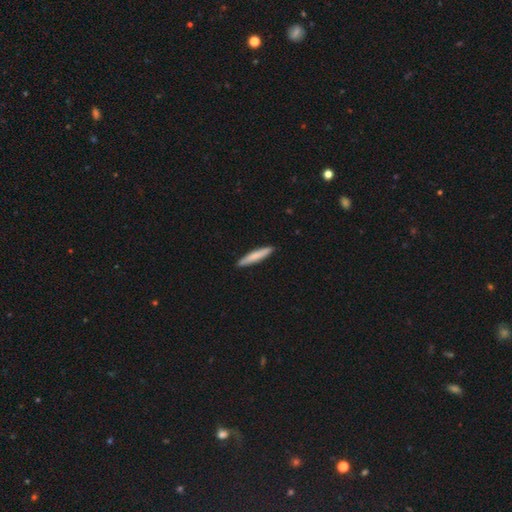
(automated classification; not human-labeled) This is likely a smooth galaxy (74%). How rounded: clearly cigar-shaped (93%). Merging: clearly none (91%).